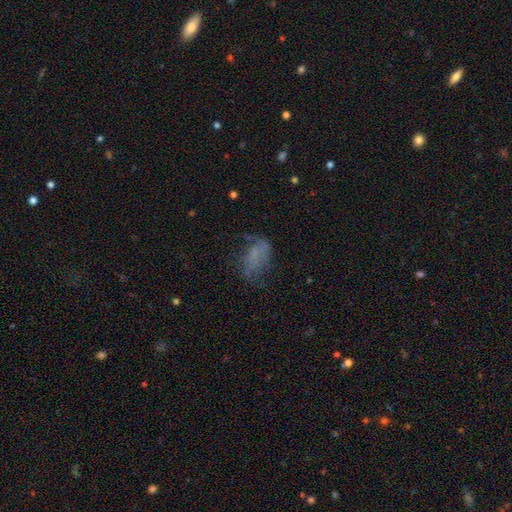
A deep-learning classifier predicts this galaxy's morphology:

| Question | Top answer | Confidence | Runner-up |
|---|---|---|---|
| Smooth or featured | smooth | 48% | featured or disk (34%) |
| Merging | none | 40% | major disturbance (32%) |